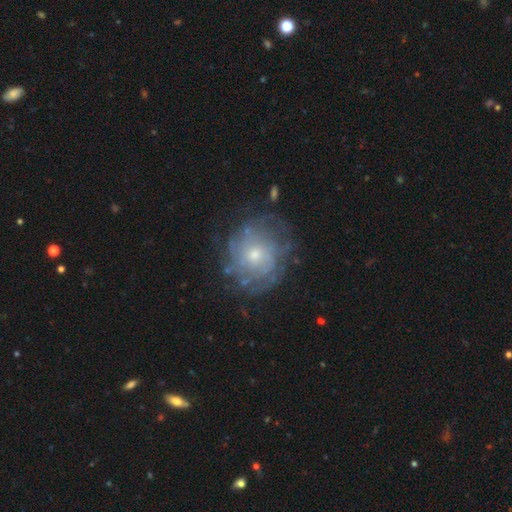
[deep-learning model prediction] Smooth or featured? Predicted: featured or disk (p=0.65). Edge-on disk? Predicted: no (p=0.97). Bar? Predicted: no (p=0.81). Spiral arms? Predicted: yes (p=0.74). Bulge size? Predicted: small (p=0.57). Merging? Predicted: none (p=0.75).